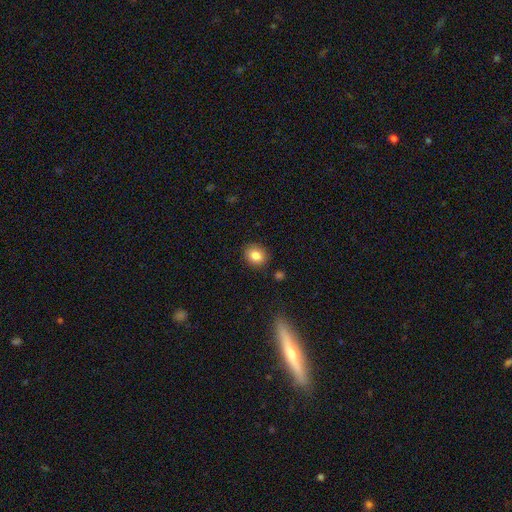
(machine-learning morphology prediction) Smooth or featured? smooth (84%)
How rounded? round (63%)
Merging? none (86%)